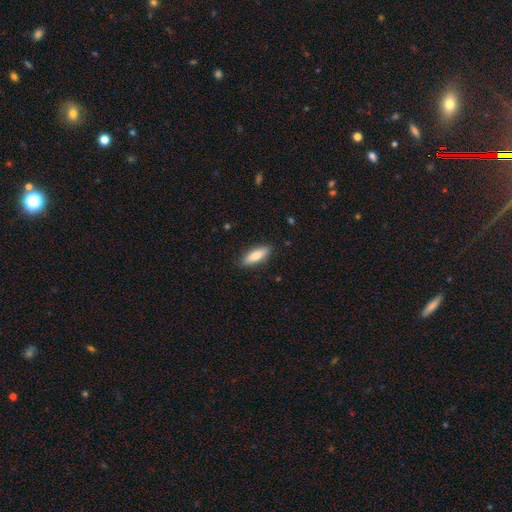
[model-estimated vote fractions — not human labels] Smooth or featured?
  - smooth: 79% *
  - featured or disk: 16%
  - star or artifact: 6%
How rounded?
  - in between: 56% *
  - cigar-shaped: 42%
  - round: 2%
Merging?
  - none: 87% *
  - minor disturbance: 10%
  - major disturbance: 2%
  - merger: 1%